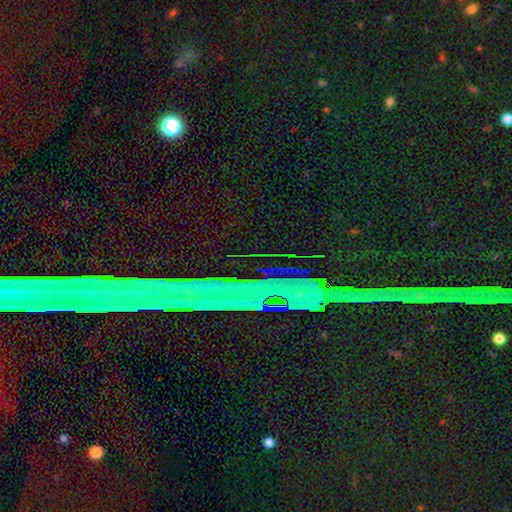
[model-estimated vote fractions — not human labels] star or artifact 81%, featured or disk 10%, smooth 9%.